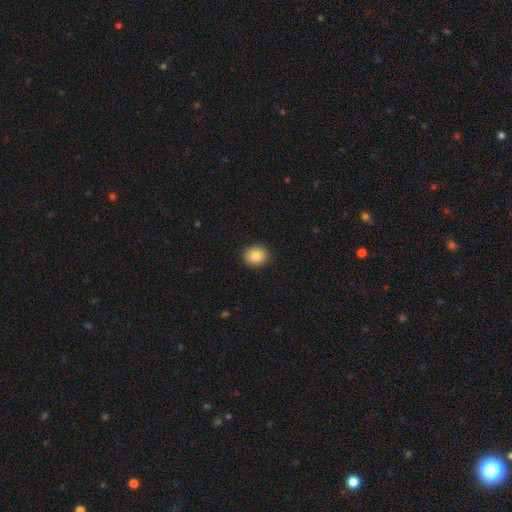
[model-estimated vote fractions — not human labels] This appears to be a smooth galaxy with no disk features (85%) that is round (77%). Merging: none (91%).